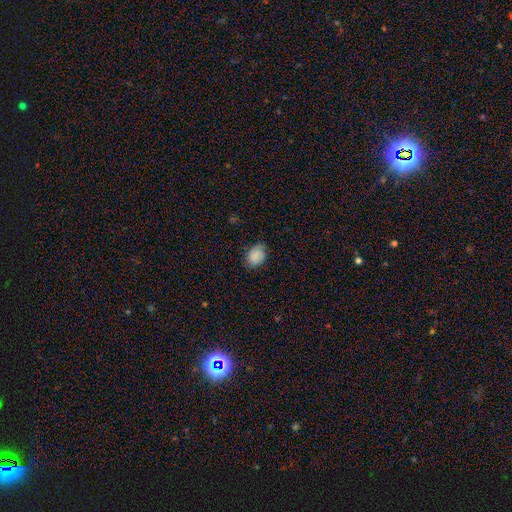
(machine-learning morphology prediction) Smooth or featured? smooth (82%)
How rounded? in between (70%)
Merging? none (72%)